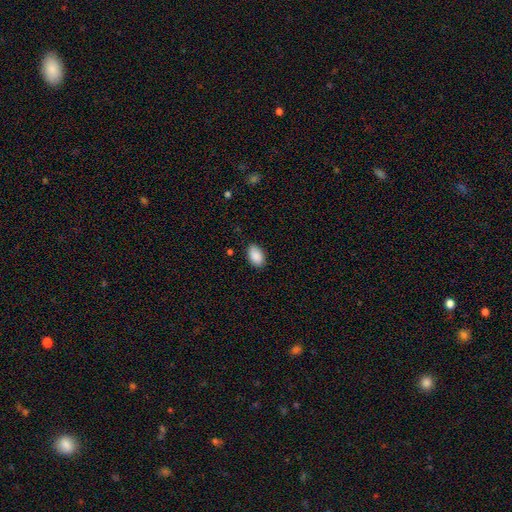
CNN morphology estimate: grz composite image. It shows a smooth galaxy with no disk features (90%) that is in between round and cigar-shaped (92%). Merging: none (85%).